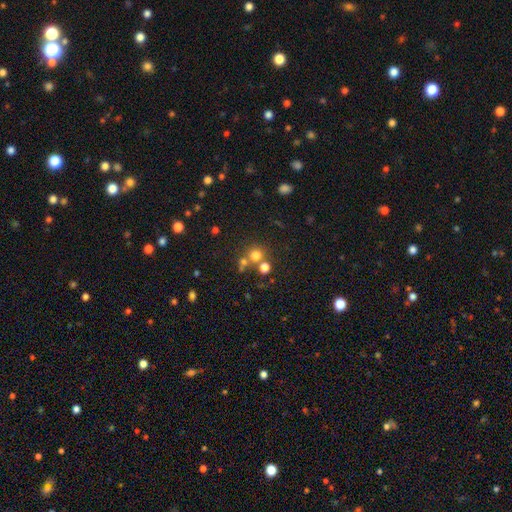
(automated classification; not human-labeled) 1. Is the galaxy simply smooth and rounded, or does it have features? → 71% smooth, 19% star or artifact, 9% featured or disk.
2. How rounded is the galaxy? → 89% round, 10% in between, 1% cigar-shaped.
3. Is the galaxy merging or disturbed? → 60% none, 28% merger, 8% minor disturbance, 4% major disturbance.